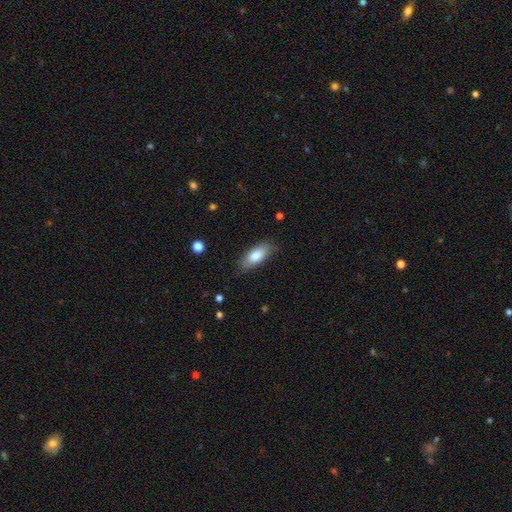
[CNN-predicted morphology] Q: Smooth or featured?
A: smooth (79%); runner-up: featured or disk (14%)
Q: How rounded?
A: in between (79%); runner-up: cigar-shaped (19%)
Q: Merging?
A: none (82%); runner-up: minor disturbance (14%)